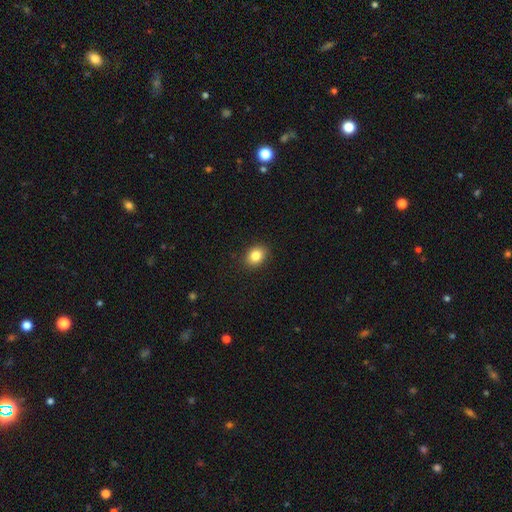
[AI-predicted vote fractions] Overall: smooth (84%). How rounded: in between (55%; round 44%). Merging: none (89%).